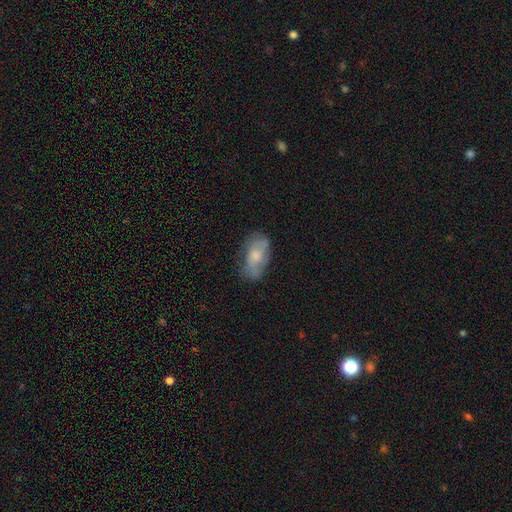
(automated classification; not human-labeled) Smooth or featured? Predicted: smooth (p=0.59). How rounded? Predicted: in between (p=0.90). Merging? Predicted: none (p=0.60).